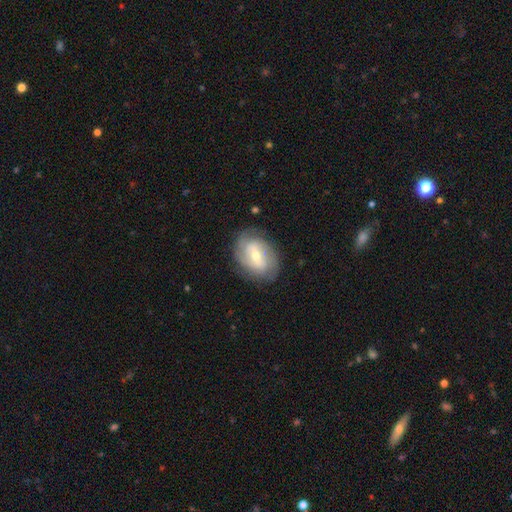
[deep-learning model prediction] Q: Smooth or featured?
A: featured or disk (76%); runner-up: smooth (18%)
Q: Edge-on disk?
A: no (96%); runner-up: yes (4%)
Q: Bar?
A: weak (51%); runner-up: no (27%)
Q: Spiral arms?
A: yes (88%); runner-up: no (12%)
Q: Spiral winding?
A: tight (58%); runner-up: medium (32%)
Q: Spiral arm count?
A: 2 (44%); runner-up: can't tell (30%)
Q: Bulge size?
A: moderate (55%); runner-up: small (40%)
Q: Merging?
A: none (76%); runner-up: minor disturbance (17%)